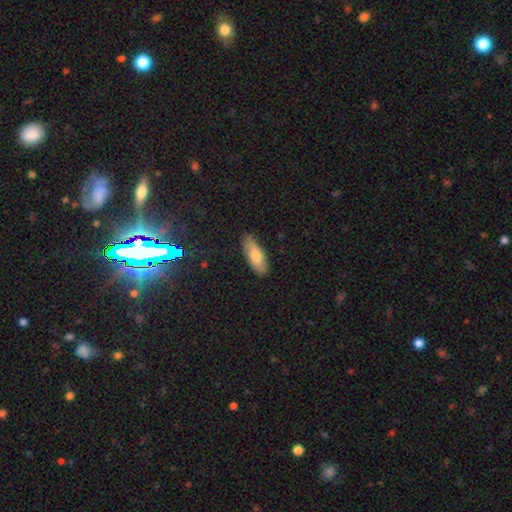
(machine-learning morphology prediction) A smooth galaxy with no disk features (72%) that is in between round and cigar-shaped (69%).

Vote fractions:
- Smooth or featured? smooth: 72% / featured or disk: 20% / star or artifact: 8%
- How rounded? in between: 69% / cigar-shaped: 28% / round: 2%
- Merging? none: 84% / minor disturbance: 12% / major disturbance: 2% / merger: 1%